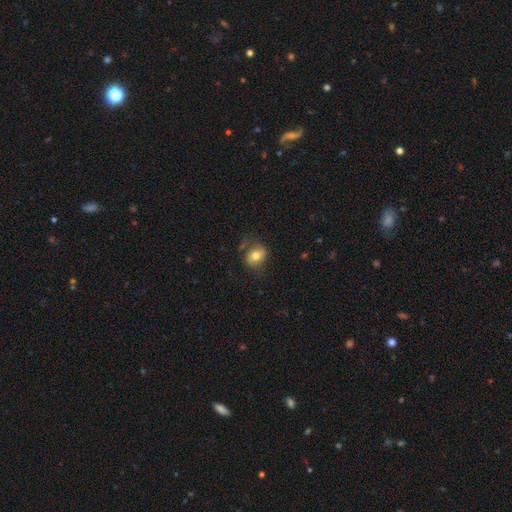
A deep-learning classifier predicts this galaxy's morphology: smooth_or_featured: smooth (p=0.71) [alt: featured or disk p=0.20]
how_rounded: in between (p=0.53) [alt: round p=0.45]
merging: none (p=0.69) [alt: minor disturbance p=0.21]